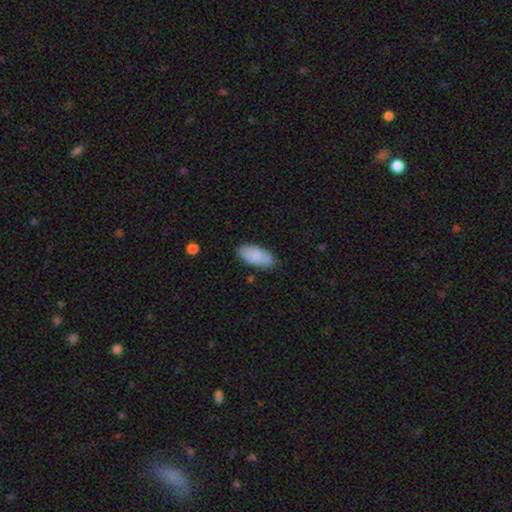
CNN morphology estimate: The model was most divided on "merging": none: 81%, minor disturbance: 15%, major disturbance: 3%, merger: 2%. More confident: how rounded — in between (93%); smooth or featured — smooth (84%).